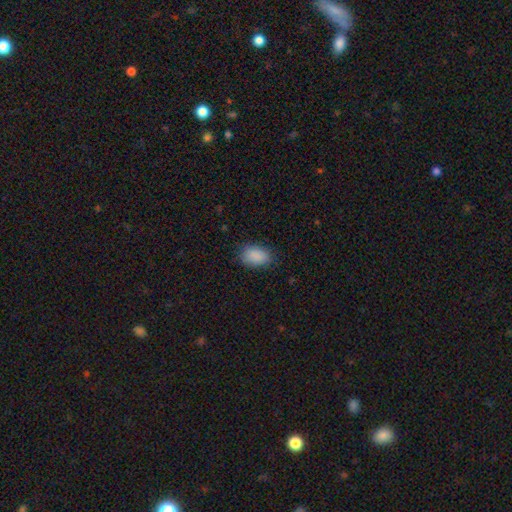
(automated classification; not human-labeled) The model was most divided on "merging": none: 82%, minor disturbance: 14%, major disturbance: 4%, merger: 1%. More confident: smooth or featured — smooth (89%); how rounded — in between (86%).